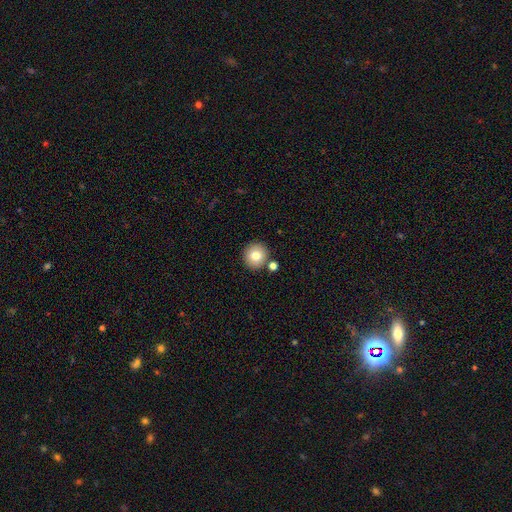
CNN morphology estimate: Smooth or featured? Predicted: smooth (p=0.79). How rounded? Predicted: round (p=0.94). Merging? Predicted: none (p=0.83).